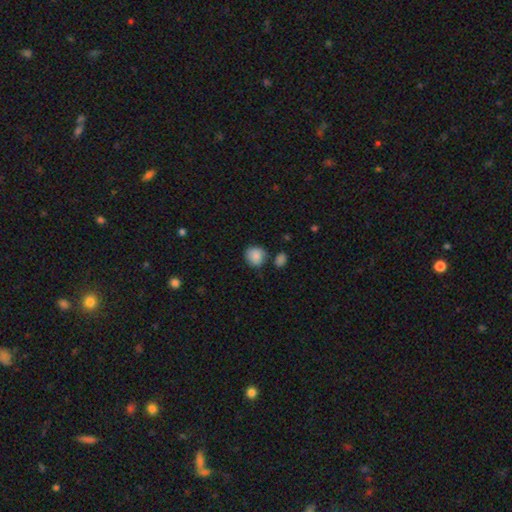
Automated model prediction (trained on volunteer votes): Smooth or featured? smooth (87%)
How rounded? round (77%)
Merging? none (70%)